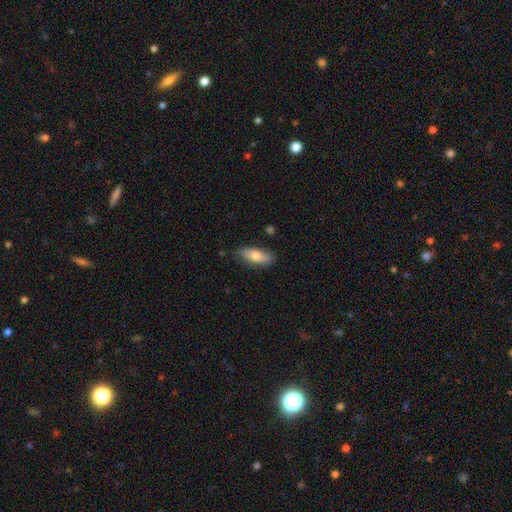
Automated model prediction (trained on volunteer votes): Smooth or featured?
  - smooth: 73% *
  - featured or disk: 20%
  - star or artifact: 6%
How rounded?
  - in between: 74% *
  - cigar-shaped: 24%
  - round: 3%
Merging?
  - none: 77% *
  - minor disturbance: 18%
  - major disturbance: 3%
  - merger: 2%